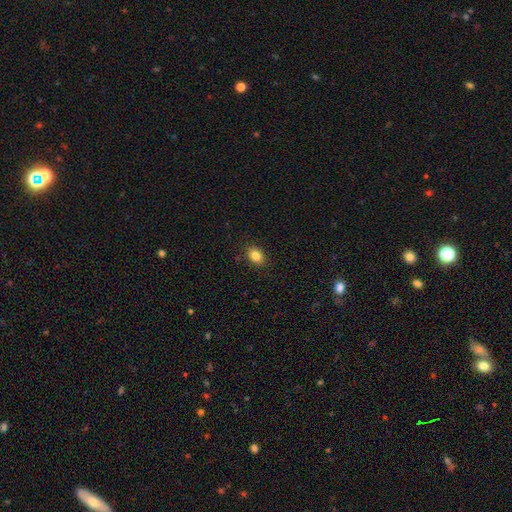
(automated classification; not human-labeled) Overall: smooth (85%). How rounded: in between (69%; round 30%). Merging: none (88%).